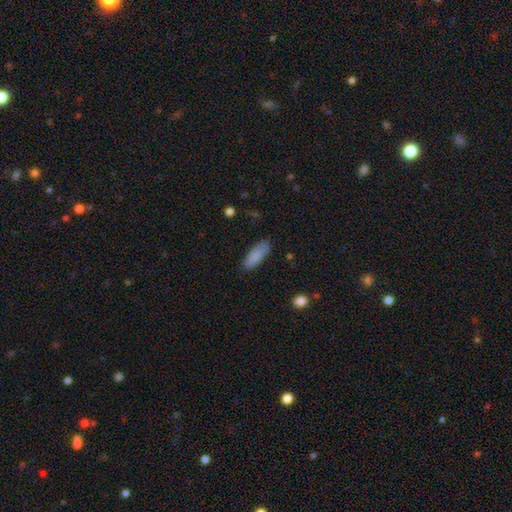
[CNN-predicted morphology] smooth-or-featured: smooth: 87% | featured or disk: 6% | star or artifact: 6%
  how-rounded: in between: 63% | cigar-shaped: 36% | round: 2%
  merging: none: 85% | minor disturbance: 12% | major disturbance: 3% | merger: 1%